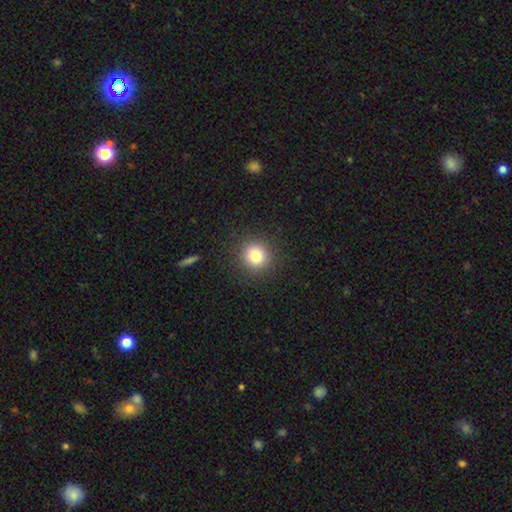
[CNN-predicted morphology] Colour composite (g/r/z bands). It shows a smooth galaxy with no disk features (81%) that is round (93%). Merging: none (90%).